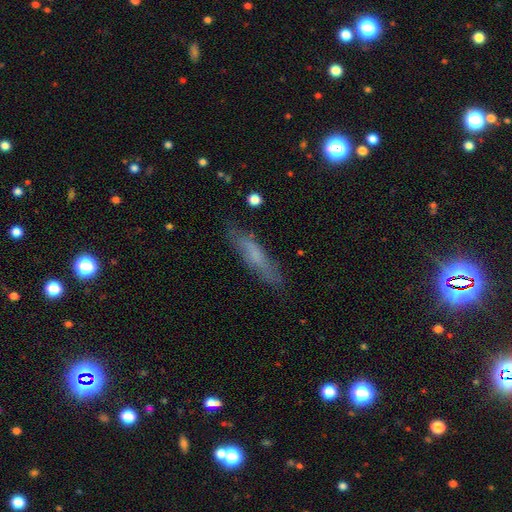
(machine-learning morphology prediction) A smooth galaxy with no disk features (59%) that is cigar-shaped (79%). Merging: none (78%).